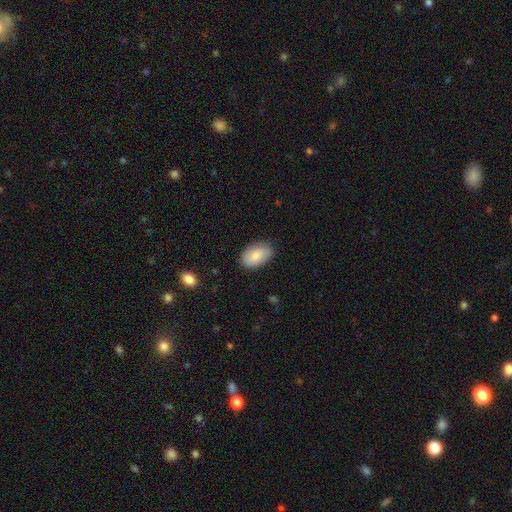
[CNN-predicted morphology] smooth-or-featured: smooth: 82% | featured or disk: 12% | star or artifact: 6%
  how-rounded: in between: 92% | round: 7% | cigar-shaped: 1%
  merging: none: 81% | minor disturbance: 15% | major disturbance: 3% | merger: 1%